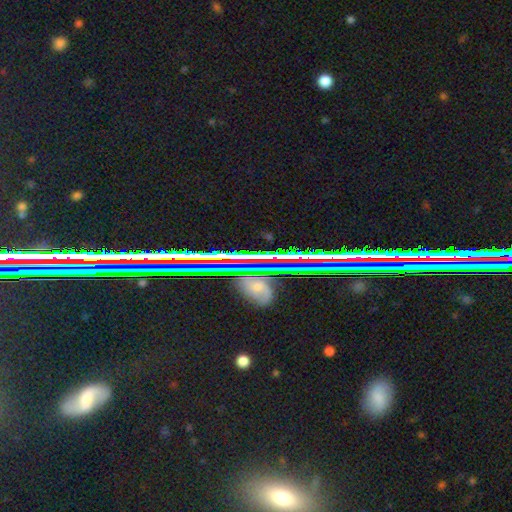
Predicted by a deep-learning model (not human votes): smooth_or_featured: star or artifact (p=0.66) [alt: featured or disk p=0.19]